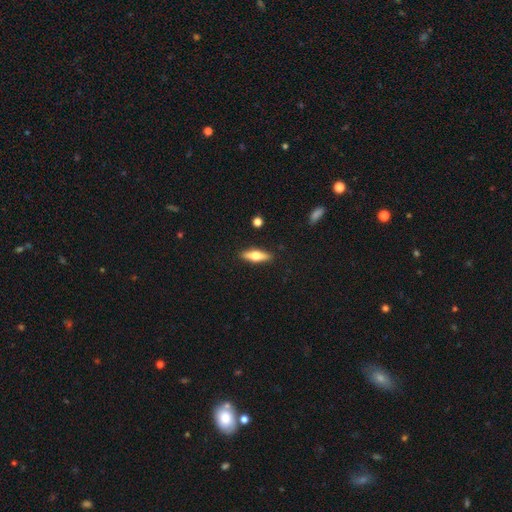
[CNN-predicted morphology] A smooth galaxy with no disk features (52%) that is cigar-shaped (55%).

Vote fractions:
- Smooth or featured? smooth: 52% / featured or disk: 42% / star or artifact: 6%
- How rounded? cigar-shaped: 55% / in between: 42% / round: 3%
- Merging? none: 88% / minor disturbance: 8% / major disturbance: 2% / merger: 2%